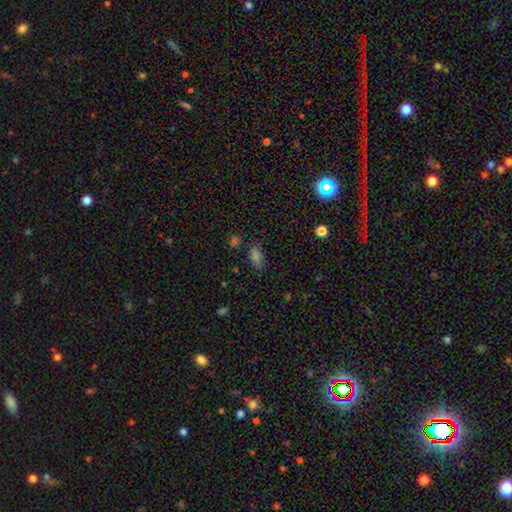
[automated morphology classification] Overall: smooth (72%). How rounded: in between (88%). Merging: none (72%).